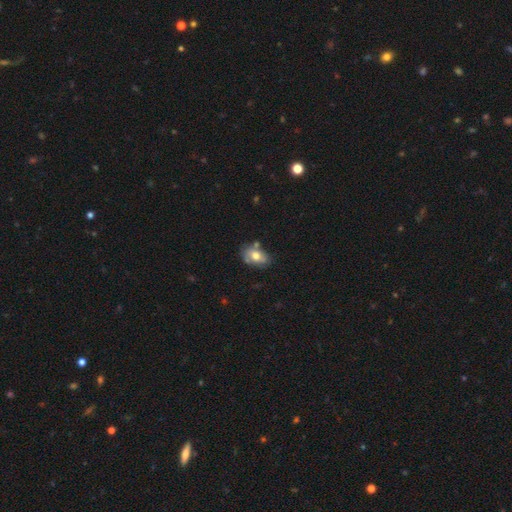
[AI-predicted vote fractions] smooth_or_featured: smooth (p=0.65) [alt: featured or disk p=0.26]
how_rounded: in between (p=0.84) [alt: round p=0.15]
merging: none (p=0.56) [alt: minor disturbance p=0.25]